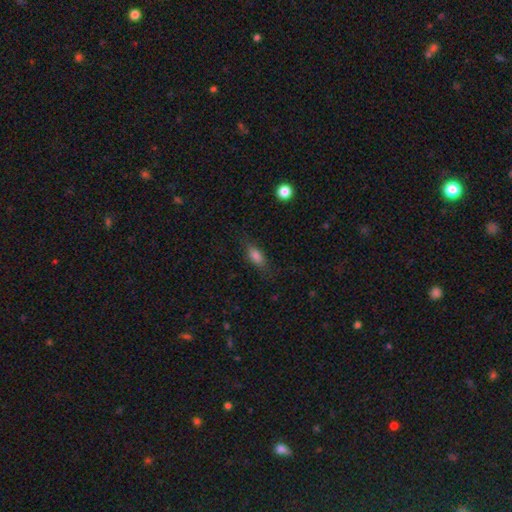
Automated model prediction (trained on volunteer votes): Q: Smooth or featured?
A: smooth (78%); runner-up: featured or disk (13%)
Q: How rounded?
A: in between (75%); runner-up: cigar-shaped (20%)
Q: Merging?
A: none (75%); runner-up: minor disturbance (17%)